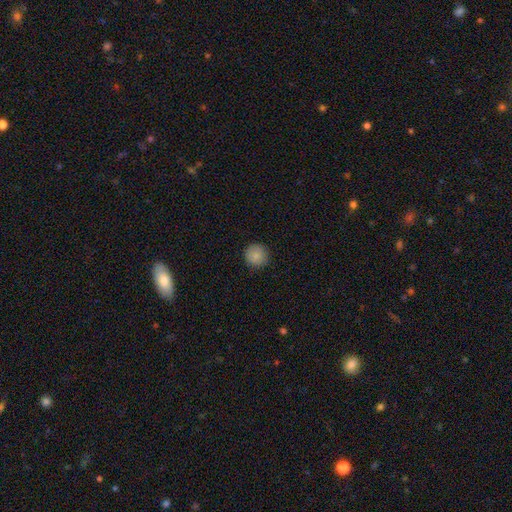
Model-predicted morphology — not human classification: Smooth or featured?
  - smooth: 85% *
  - star or artifact: 8%
  - featured or disk: 6%
How rounded?
  - round: 95% *
  - in between: 4%
  - cigar-shaped: 1%
Merging?
  - none: 90% *
  - minor disturbance: 7%
  - major disturbance: 2%
  - merger: 1%